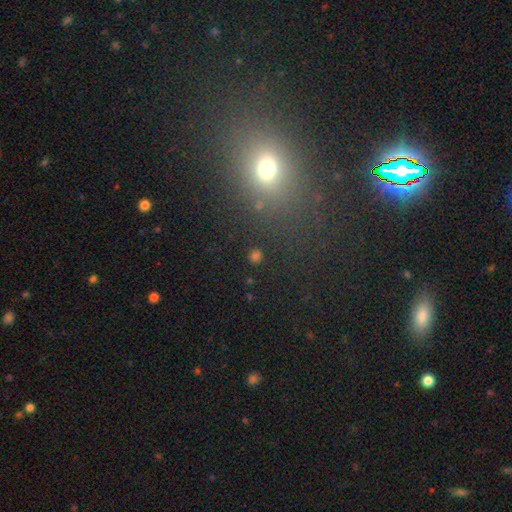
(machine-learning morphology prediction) smooth 66%, star or artifact 27%, featured or disk 6%. Down the decision tree: how rounded — round (85%); merging — none (86%).